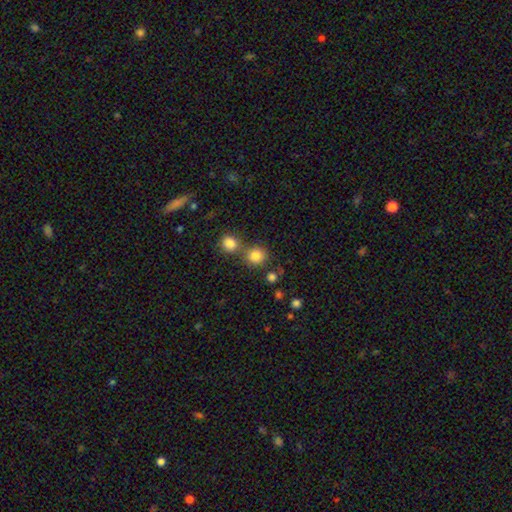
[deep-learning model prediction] Smooth or featured: smooth — 82% (star or artifact — 12%)
How rounded: round — 89% (in between — 10%)
Merging: none — 63% (merger — 26%)